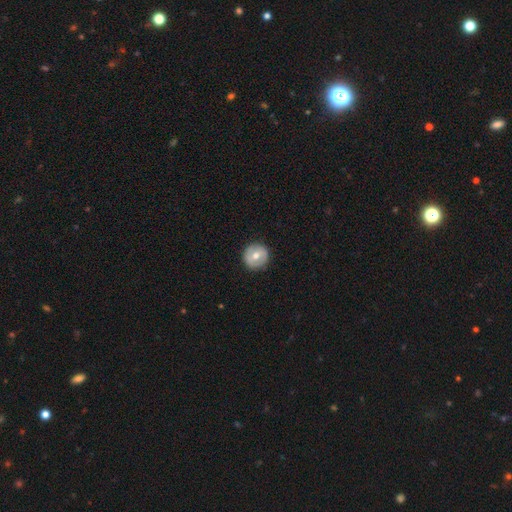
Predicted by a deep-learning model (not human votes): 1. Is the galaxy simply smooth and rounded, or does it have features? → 56% smooth, 37% featured or disk, 7% star or artifact.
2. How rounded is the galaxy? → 95% round, 4% in between, 1% cigar-shaped.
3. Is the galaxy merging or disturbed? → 90% none, 8% minor disturbance, 2% major disturbance, 1% merger.